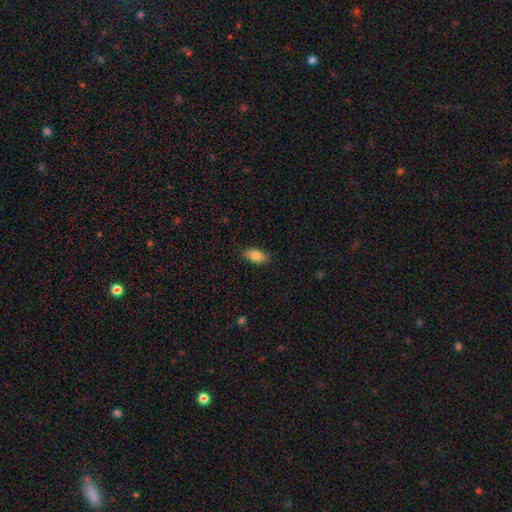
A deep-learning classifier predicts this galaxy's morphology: smooth 83%, featured or disk 10%, star or artifact 7%. Down the decision tree: how rounded — in between (92%); merging — none (86%).